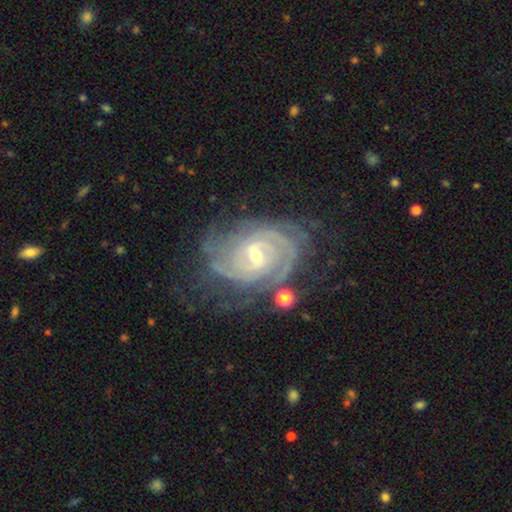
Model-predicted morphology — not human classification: featured or disk 90%, star or artifact 6%, smooth 4%. Down the decision tree: edge-on disk — no (97%); bar — weak (51%); spiral arms — yes (98%); spiral arm count — can't tell (27%); spiral winding — tight (73%); bulge size — small (59%); merging — none (67%).